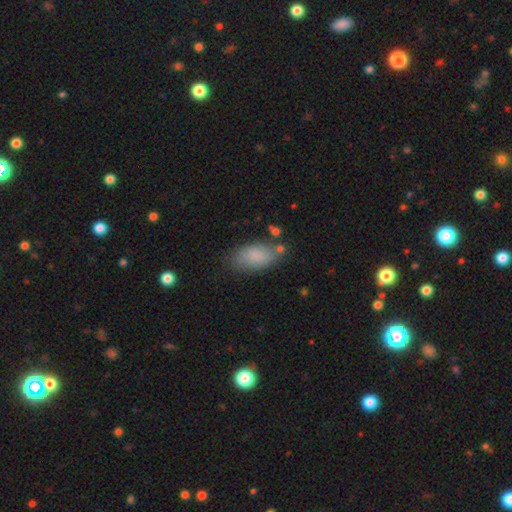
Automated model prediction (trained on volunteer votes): smooth 86%, featured or disk 7%, star or artifact 7%. Down the decision tree: how rounded — in between (93%); merging — none (74%).